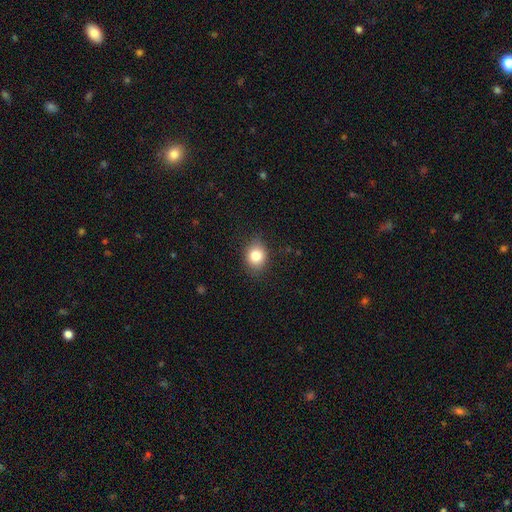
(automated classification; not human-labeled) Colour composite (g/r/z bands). It shows a smooth galaxy with no disk features (81%) that is round (54%). Merging: none (82%).